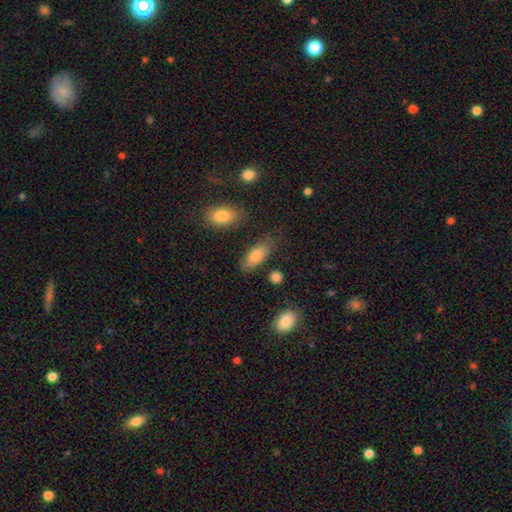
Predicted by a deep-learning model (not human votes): Q: Smooth or featured?
A: smooth (79%); runner-up: featured or disk (14%)
Q: How rounded?
A: in between (84%); runner-up: cigar-shaped (13%)
Q: Merging?
A: none (75%); runner-up: minor disturbance (17%)